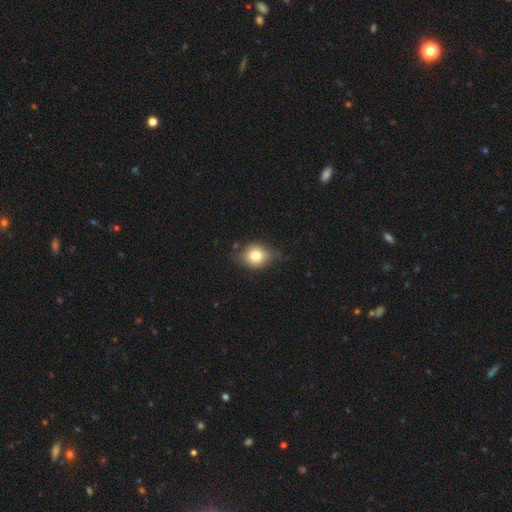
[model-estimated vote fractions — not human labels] A smooth galaxy with no disk features (75%) that is round (63%).

Vote fractions:
- Smooth or featured? smooth: 75% / featured or disk: 16% / star or artifact: 9%
- How rounded? round: 63% / in between: 35% / cigar-shaped: 1%
- Merging? none: 63% / minor disturbance: 29% / major disturbance: 7% / merger: 2%